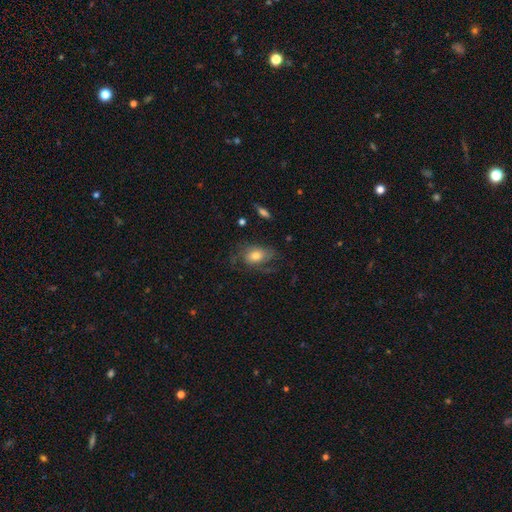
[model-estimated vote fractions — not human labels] featured or disk 47%, smooth 44%, star or artifact 9%. Down the decision tree: merging — none (51%).